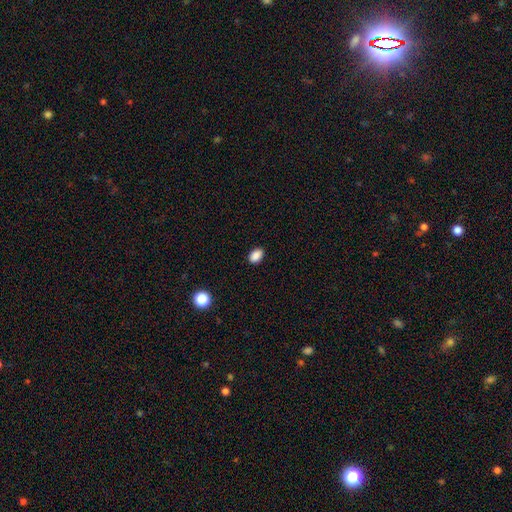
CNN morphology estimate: Q: Smooth or featured?
A: smooth (88%); runner-up: star or artifact (10%)
Q: How rounded?
A: in between (83%); runner-up: round (16%)
Q: Merging?
A: none (89%); runner-up: minor disturbance (8%)